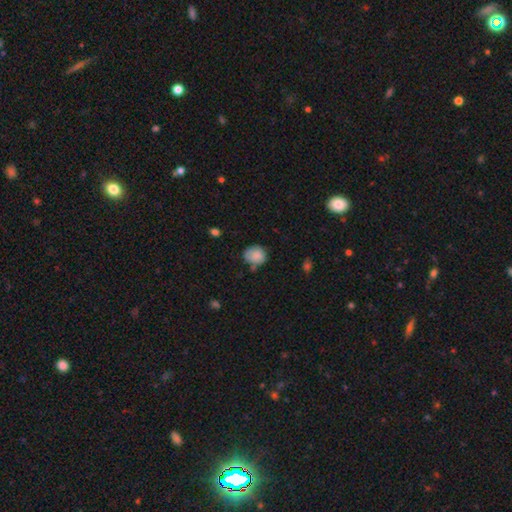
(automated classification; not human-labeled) smooth-or-featured: smooth: 84% | star or artifact: 8% | featured or disk: 8%
  how-rounded: round: 62% | in between: 38% | cigar-shaped: 1%
  merging: none: 59% | minor disturbance: 29% | major disturbance: 7% | merger: 6%